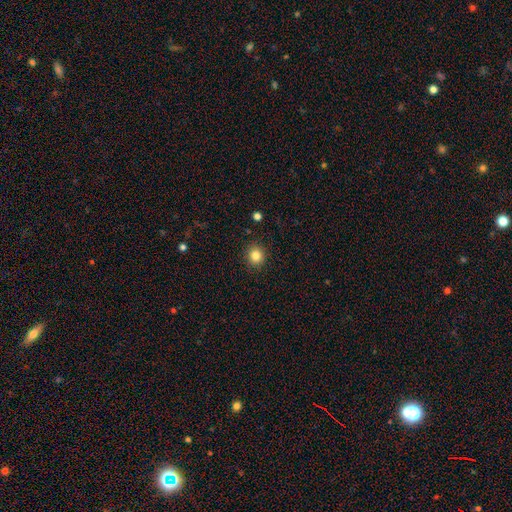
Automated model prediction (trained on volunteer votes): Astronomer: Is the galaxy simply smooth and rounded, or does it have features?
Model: smooth — 84%.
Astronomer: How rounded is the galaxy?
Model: round — 80%.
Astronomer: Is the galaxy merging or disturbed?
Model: none — 90%.